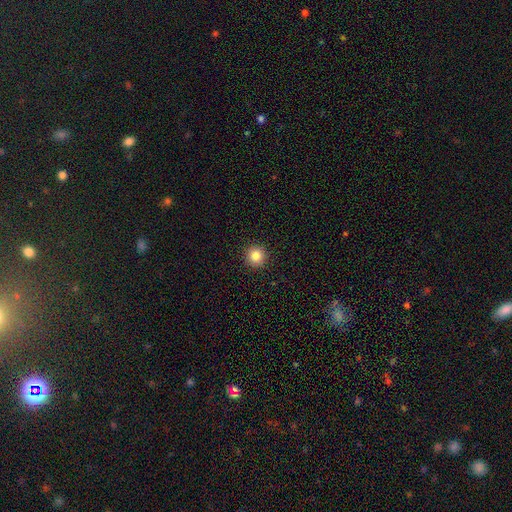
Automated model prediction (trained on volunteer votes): Smooth or featured? Predicted: smooth (p=0.84). How rounded? Predicted: round (p=0.95). Merging? Predicted: none (p=0.93).